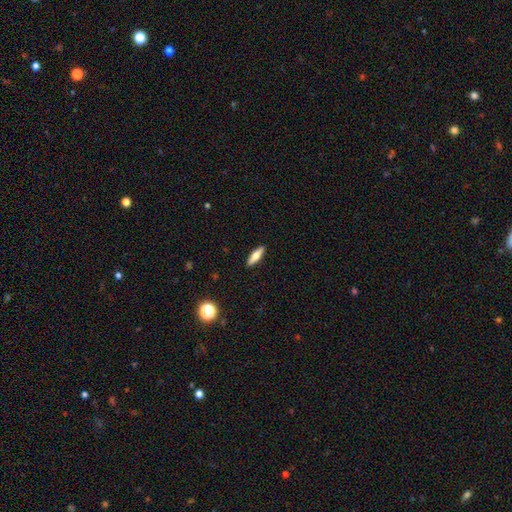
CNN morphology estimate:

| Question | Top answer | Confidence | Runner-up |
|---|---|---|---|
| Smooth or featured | smooth | 62% | featured or disk (31%) |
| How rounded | cigar-shaped | 59% | in between (38%) |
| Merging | none | 91% | minor disturbance (6%) |